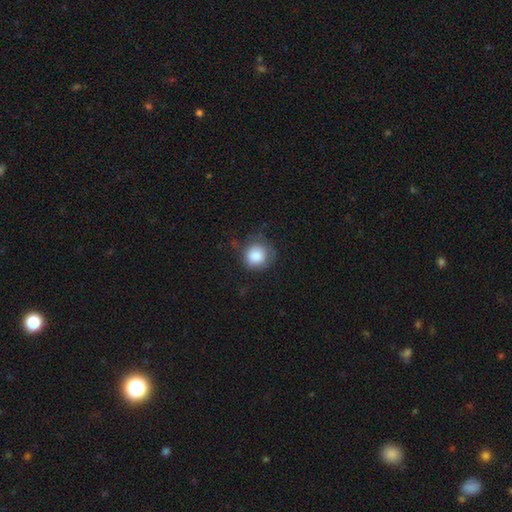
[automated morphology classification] Smooth or featured? smooth (83%)
How rounded? round (89%)
Merging? none (63%)